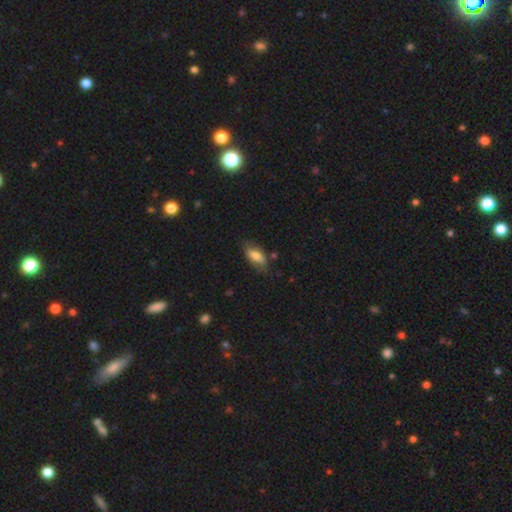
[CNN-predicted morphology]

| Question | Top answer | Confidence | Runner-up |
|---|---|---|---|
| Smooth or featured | smooth | 74% | featured or disk (19%) |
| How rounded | in between | 84% | cigar-shaped (13%) |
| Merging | none | 67% | minor disturbance (24%) |